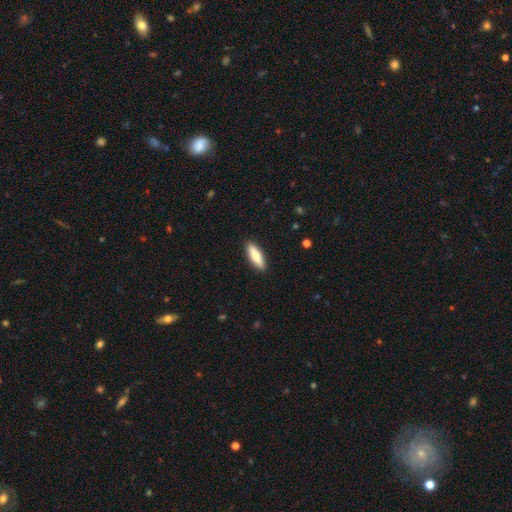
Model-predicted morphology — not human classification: This appears to be a smooth galaxy with no disk features (79%) that is cigar-shaped (54%). Merging: none (90%).